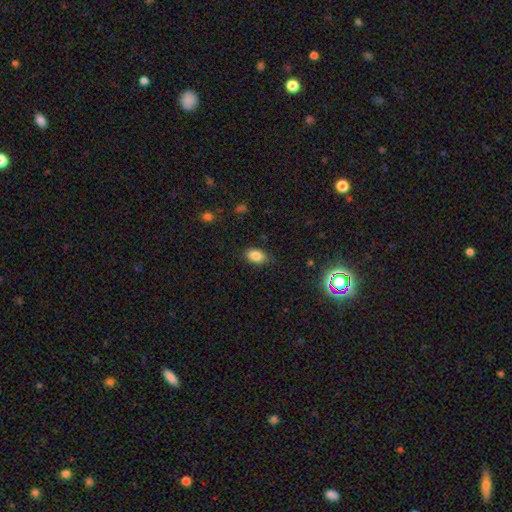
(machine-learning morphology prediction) Overall: smooth (85%). How rounded: in between (89%). Merging: none (77%).